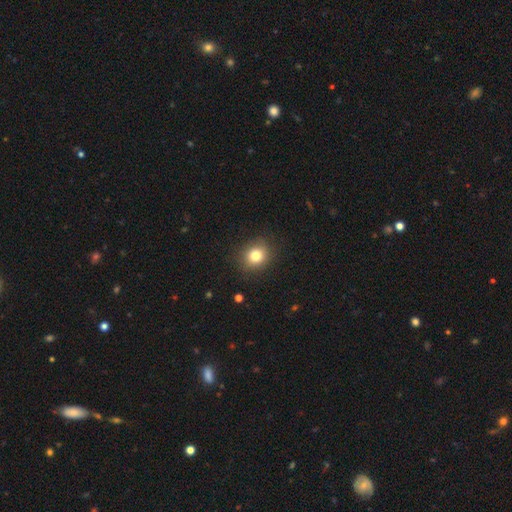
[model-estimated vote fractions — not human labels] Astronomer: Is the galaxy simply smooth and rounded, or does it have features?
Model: smooth — 81%.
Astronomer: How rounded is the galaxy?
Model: round — 70%.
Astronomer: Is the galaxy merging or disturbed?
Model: none — 87%.